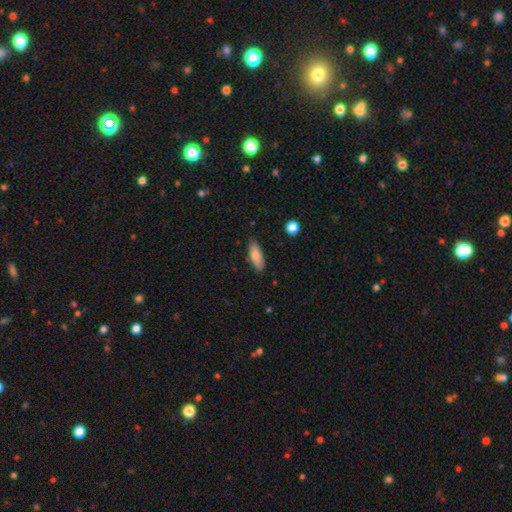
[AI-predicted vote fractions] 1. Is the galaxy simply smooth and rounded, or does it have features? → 81% smooth, 12% featured or disk, 6% star or artifact.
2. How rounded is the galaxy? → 59% in between, 39% cigar-shaped, 2% round.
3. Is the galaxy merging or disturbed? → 82% none, 14% minor disturbance, 2% major disturbance, 1% merger.